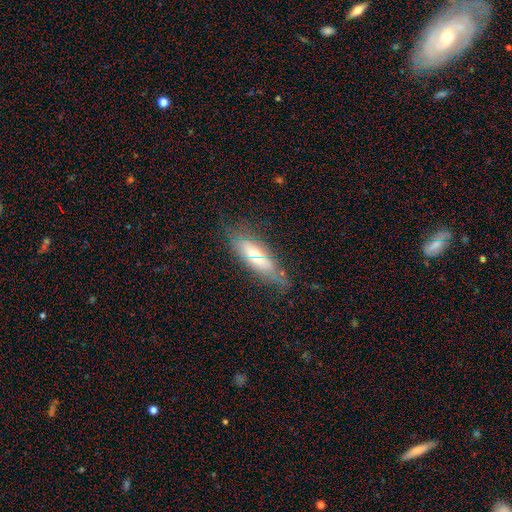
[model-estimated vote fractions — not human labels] This appears to be a featured or disk galaxy (46%). Merging: none (67%).